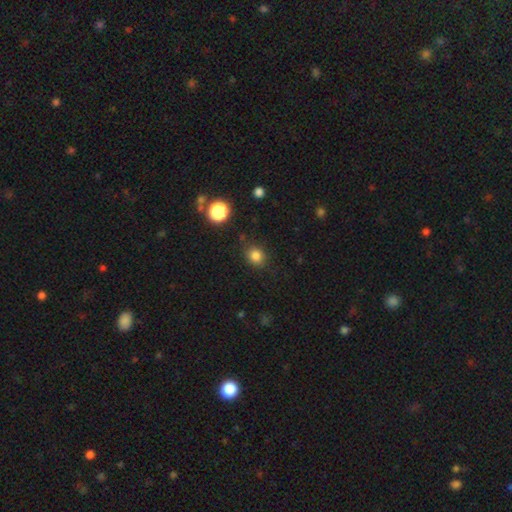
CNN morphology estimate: Q: Smooth or featured?
A: smooth (82%); runner-up: star or artifact (13%)
Q: How rounded?
A: round (69%); runner-up: in between (30%)
Q: Merging?
A: none (83%); runner-up: minor disturbance (12%)